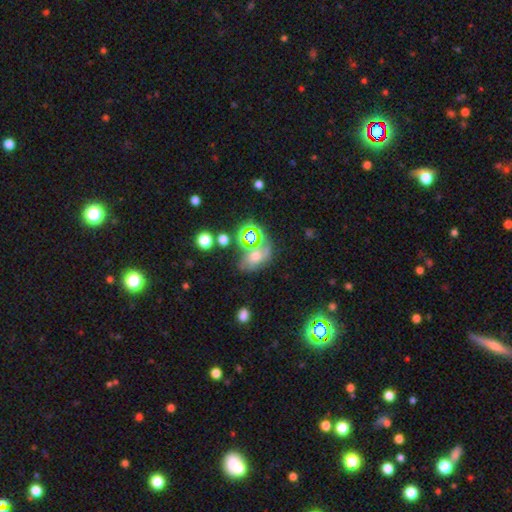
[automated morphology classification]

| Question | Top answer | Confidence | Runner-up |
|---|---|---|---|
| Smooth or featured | smooth | 44% | star or artifact (30%) |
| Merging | none | 46% | merger (20%) |